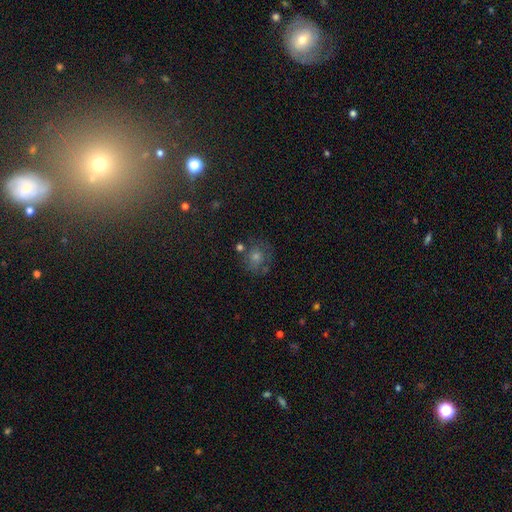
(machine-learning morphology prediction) This appears to be a smooth galaxy with no disk features (41%). Merging: none (74%).